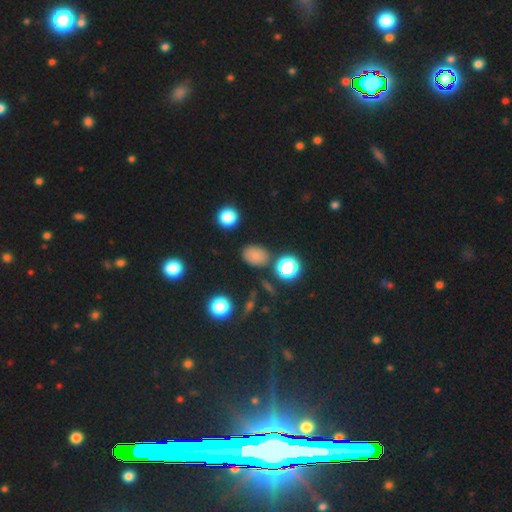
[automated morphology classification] smooth_or_featured: smooth (p=0.76) [alt: star or artifact p=0.16]
how_rounded: in between (p=0.74) [alt: round p=0.24]
merging: none (p=0.81) [alt: minor disturbance p=0.12]